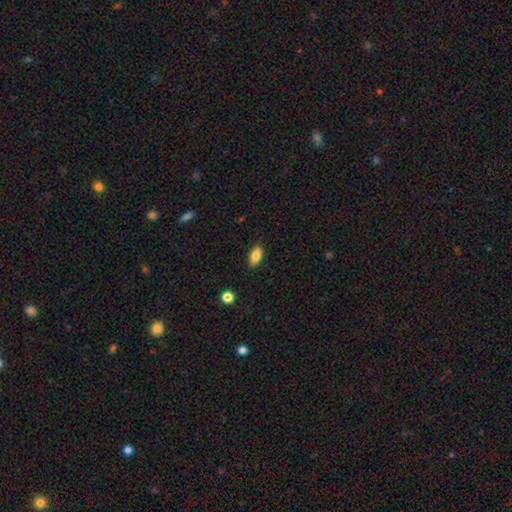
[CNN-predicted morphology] type=smooth (85%); roundness=in between (90%); merging=none (88%).